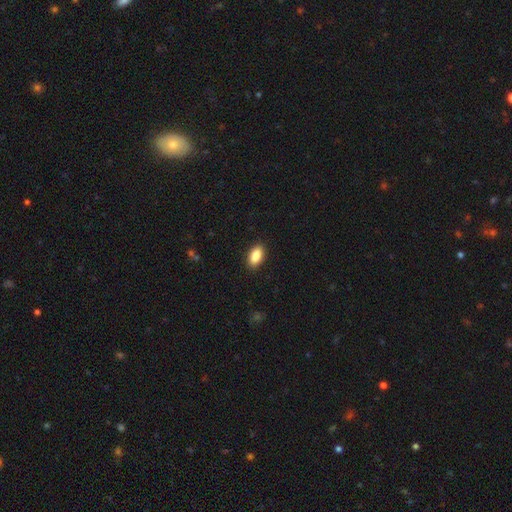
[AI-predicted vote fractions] A smooth galaxy with no disk features (89%) that is in between round and cigar-shaped (93%). Merging: none (90%).